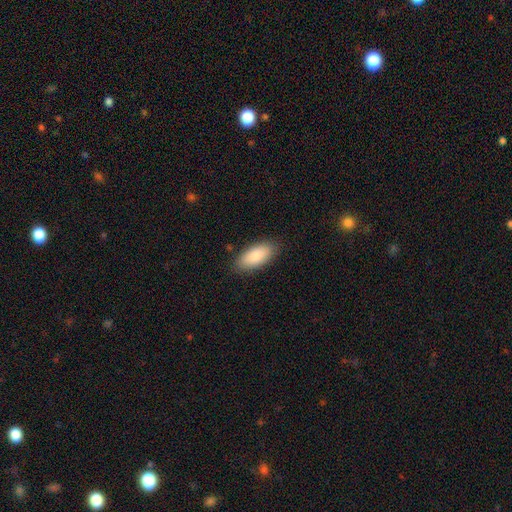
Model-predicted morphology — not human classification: type=smooth (86%); roundness=in between (91%); merging=none (86%).